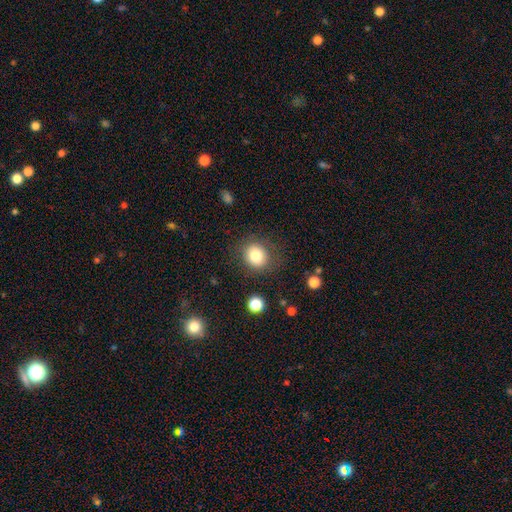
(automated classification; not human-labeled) Smooth or featured? Predicted: smooth (p=0.80). How rounded? Predicted: round (p=0.77). Merging? Predicted: none (p=0.81).